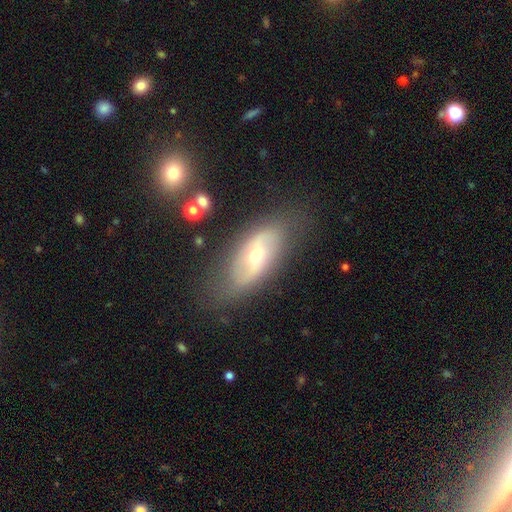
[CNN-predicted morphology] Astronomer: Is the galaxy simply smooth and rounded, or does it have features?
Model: featured or disk — 66%.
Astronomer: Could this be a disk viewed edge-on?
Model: no — 88%.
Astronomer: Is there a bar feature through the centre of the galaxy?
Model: no — 46% (runner-up: weak, 39%).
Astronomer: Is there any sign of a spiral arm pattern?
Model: yes — 77%.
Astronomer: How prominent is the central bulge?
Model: moderate — 57% (runner-up: small, 38%).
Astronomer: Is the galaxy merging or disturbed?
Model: none — 74%.